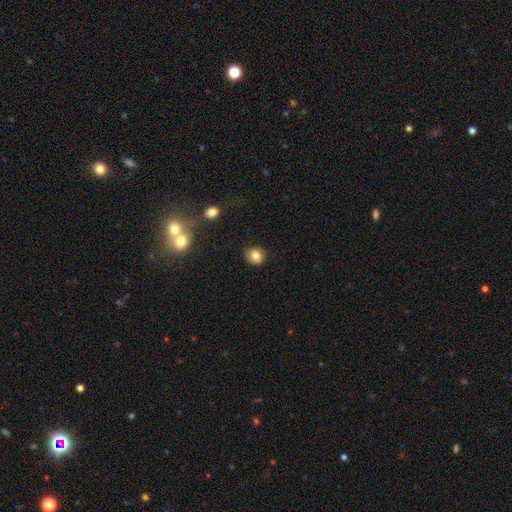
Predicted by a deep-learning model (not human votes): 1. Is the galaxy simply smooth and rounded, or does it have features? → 80% smooth, 10% star or artifact, 10% featured or disk.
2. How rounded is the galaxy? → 79% round, 20% in between, 1% cigar-shaped.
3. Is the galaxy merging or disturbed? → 81% none, 14% minor disturbance, 3% major disturbance, 2% merger.